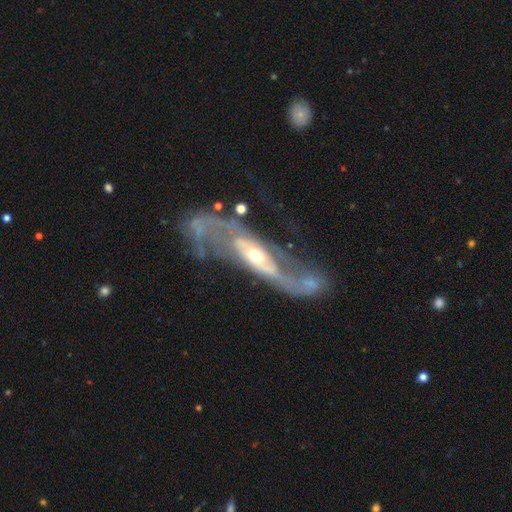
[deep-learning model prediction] Q: Smooth or featured?
A: featured or disk (84%); runner-up: smooth (11%)
Q: Edge-on disk?
A: no (84%); runner-up: yes (16%)
Q: Bar?
A: no (58%); runner-up: weak (25%)
Q: Spiral arms?
A: yes (80%); runner-up: no (20%)
Q: Spiral winding?
A: loose (46%); runner-up: medium (34%)
Q: Spiral arm count?
A: 2 (73%); runner-up: can't tell (13%)
Q: Bulge size?
A: moderate (64%); runner-up: small (25%)
Q: Merging?
A: none (44%); runner-up: major disturbance (31%)